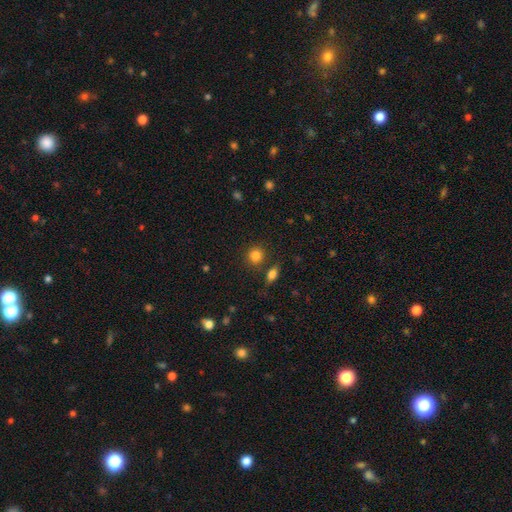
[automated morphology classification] Smooth or featured?
  - smooth: 83% *
  - star or artifact: 11%
  - featured or disk: 6%
How rounded?
  - round: 86% *
  - in between: 13%
  - cigar-shaped: 1%
Merging?
  - none: 80% *
  - minor disturbance: 9%
  - merger: 8%
  - major disturbance: 3%